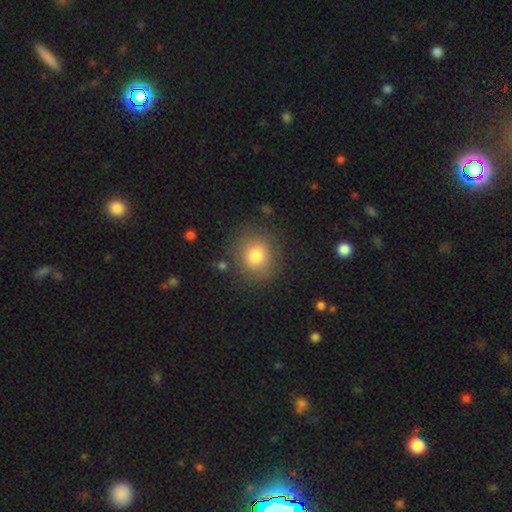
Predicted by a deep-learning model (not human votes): smooth 79%, star or artifact 11%, featured or disk 11%. Down the decision tree: how rounded — round (85%); merging — none (84%).